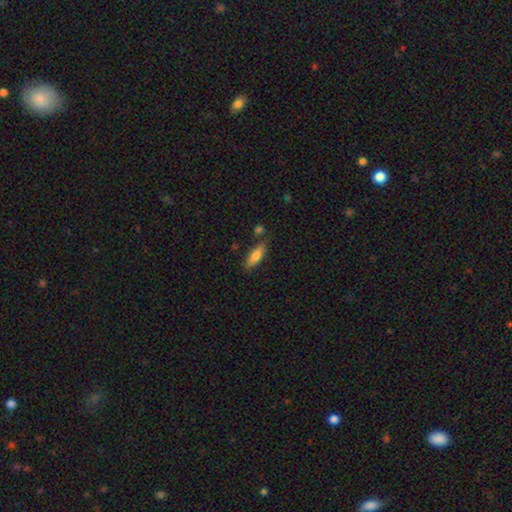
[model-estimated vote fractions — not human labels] A smooth galaxy with no disk features (79%) that is in between round and cigar-shaped (58%). Merging: none (76%).